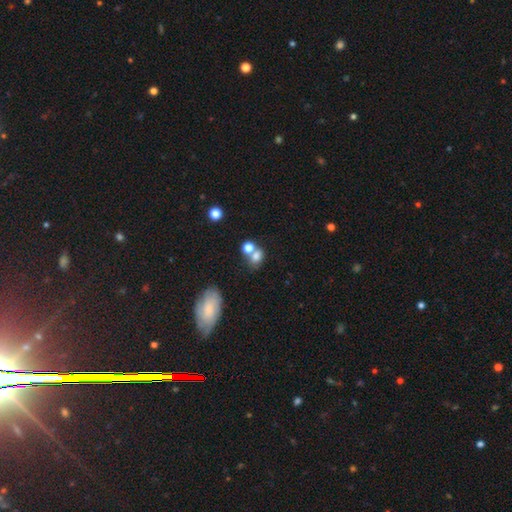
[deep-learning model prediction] Smooth or featured? smooth (74%)
How rounded? round (50%)
Merging? merger (46%)